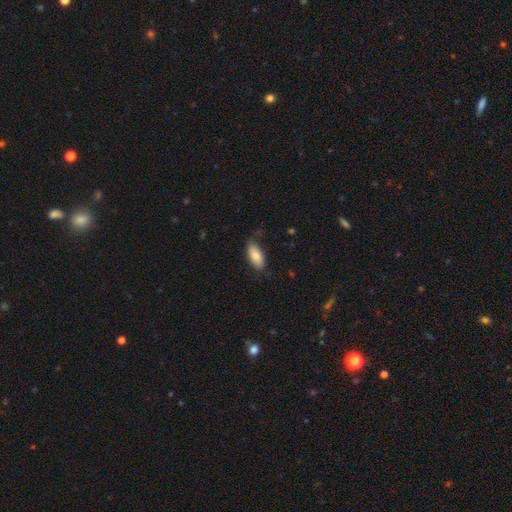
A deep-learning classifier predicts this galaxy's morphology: This is clearly a smooth galaxy (83%). How rounded: clearly in between (88%). Merging: likely none (75%).